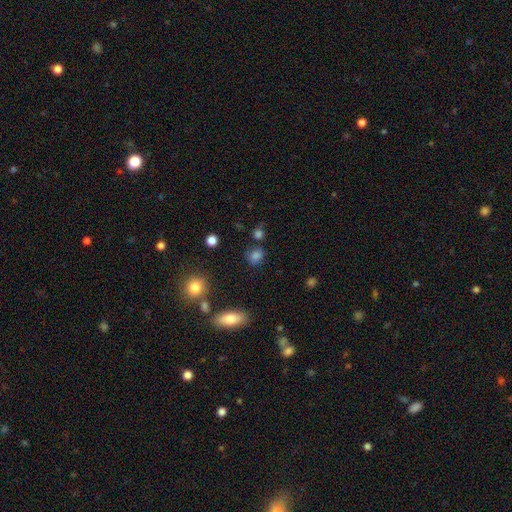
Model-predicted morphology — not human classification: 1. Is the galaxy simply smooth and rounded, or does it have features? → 80% smooth, 14% star or artifact, 6% featured or disk.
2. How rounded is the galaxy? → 54% round, 44% in between, 2% cigar-shaped.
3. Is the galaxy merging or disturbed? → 74% none, 14% minor disturbance, 7% merger, 4% major disturbance.